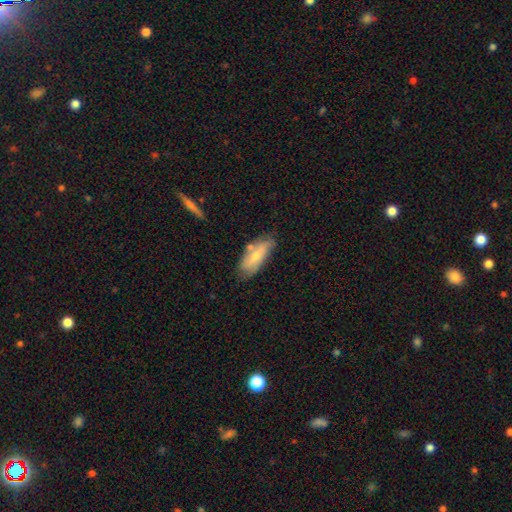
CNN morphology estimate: smooth_or_featured: smooth (p=0.60) [alt: featured or disk p=0.33]
how_rounded: in between (p=0.73) [alt: cigar-shaped p=0.25]
merging: none (p=0.64) [alt: minor disturbance p=0.22]